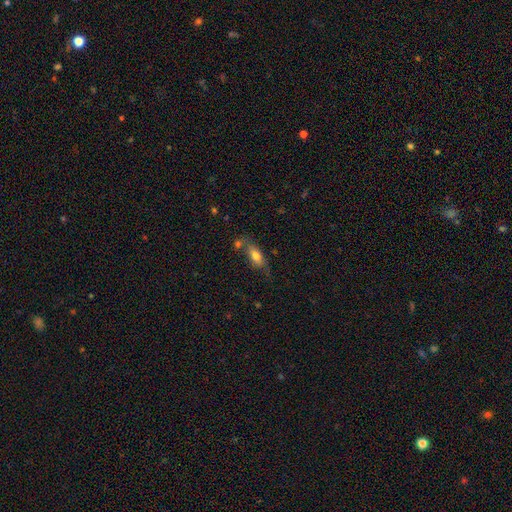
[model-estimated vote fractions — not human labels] smooth 72%, featured or disk 21%, star or artifact 8%. Down the decision tree: how rounded — in between (78%); merging — none (55%).